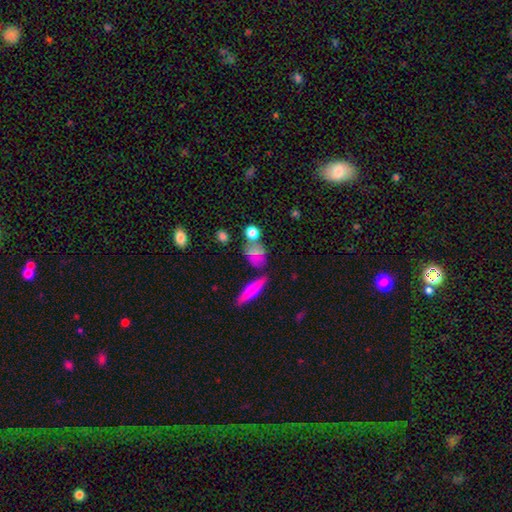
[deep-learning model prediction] Morphology: type=smooth (66%); roundness=in between (57%); merging=none (63%).